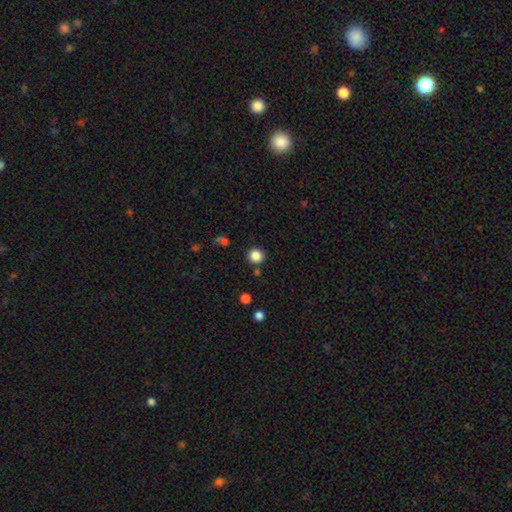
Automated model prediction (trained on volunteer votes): Smooth or featured?
  - smooth: 85% *
  - star or artifact: 12%
  - featured or disk: 3%
How rounded?
  - round: 93% *
  - in between: 6%
  - cigar-shaped: 1%
Merging?
  - none: 88% *
  - minor disturbance: 6%
  - merger: 4%
  - major disturbance: 2%